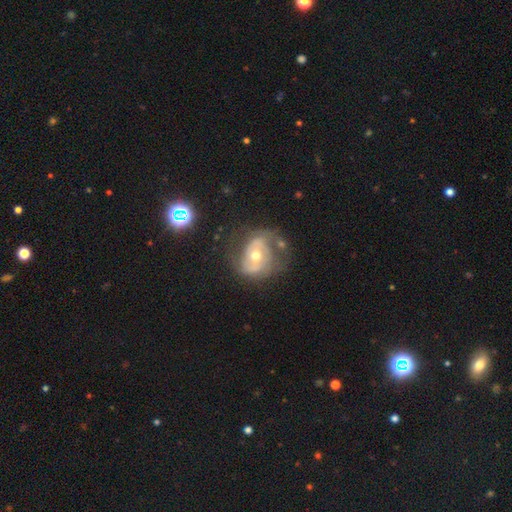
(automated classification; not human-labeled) Smooth or featured? Predicted: featured or disk (p=0.70). Edge-on disk? Predicted: no (p=0.96). Bar? Predicted: no (p=0.54). Spiral arms? Predicted: yes (p=0.67). Bulge size? Predicted: moderate (p=0.70). Merging? Predicted: none (p=0.46).